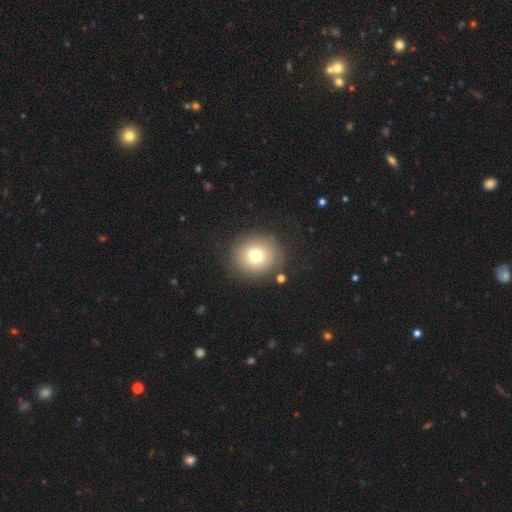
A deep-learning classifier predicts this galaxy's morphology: The model was most divided on "smooth or featured": smooth: 76%, featured or disk: 12%, star or artifact: 12%. More confident: how rounded — round (87%); merging — none (85%).